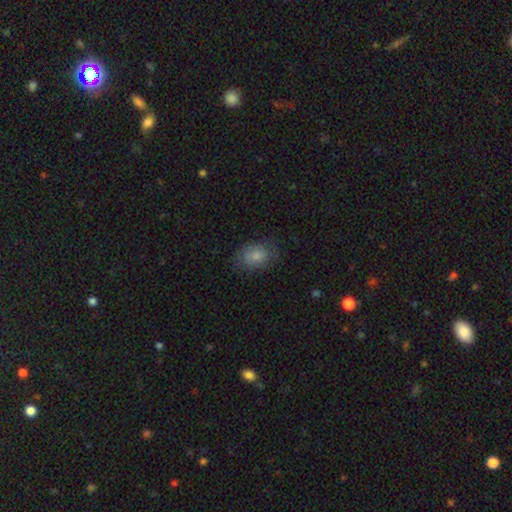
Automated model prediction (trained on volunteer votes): smooth 80%, featured or disk 12%, star or artifact 8%. Down the decision tree: how rounded — in between (73%); merging — none (72%).